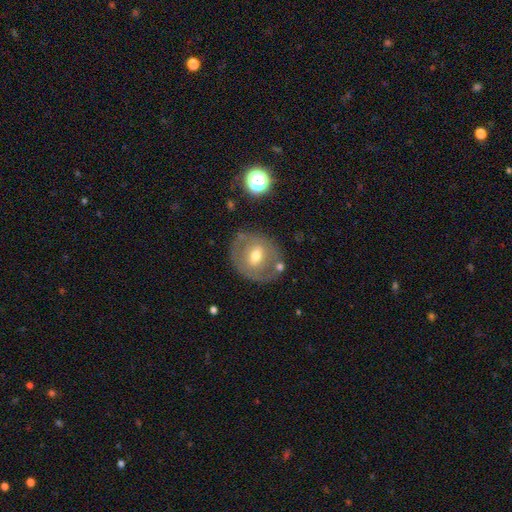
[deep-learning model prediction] A featured or disk galaxy (53%). Merging: none (71%).